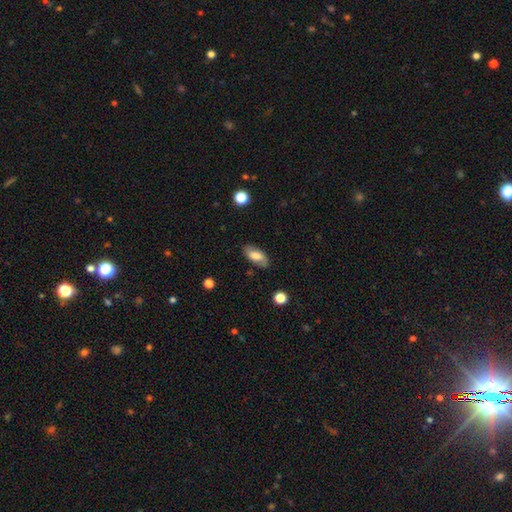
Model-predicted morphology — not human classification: A smooth galaxy with no disk features (63%) that is in between round and cigar-shaped (88%).

Vote fractions:
- Smooth or featured? smooth: 63% / featured or disk: 29% / star or artifact: 8%
- How rounded? in between: 88% / cigar-shaped: 8% / round: 4%
- Merging? none: 80% / minor disturbance: 15% / major disturbance: 4% / merger: 2%